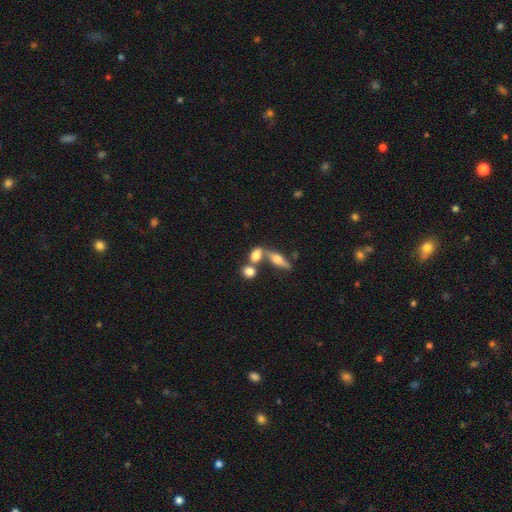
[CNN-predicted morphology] A smooth galaxy with no disk features (72%) that is in between round and cigar-shaped (66%). Merging: none (47%).